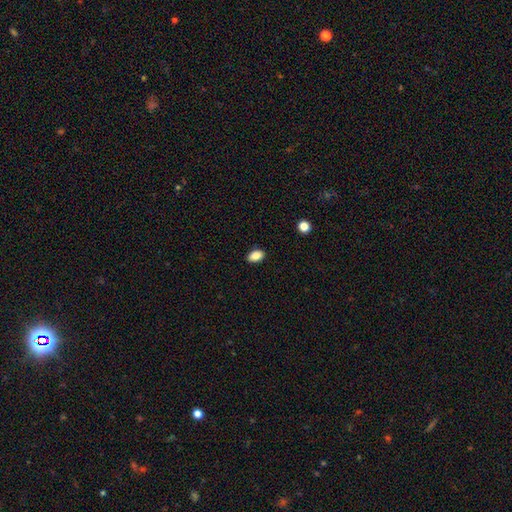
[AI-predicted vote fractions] Smooth or featured? smooth (87%)
How rounded? in between (89%)
Merging? none (89%)